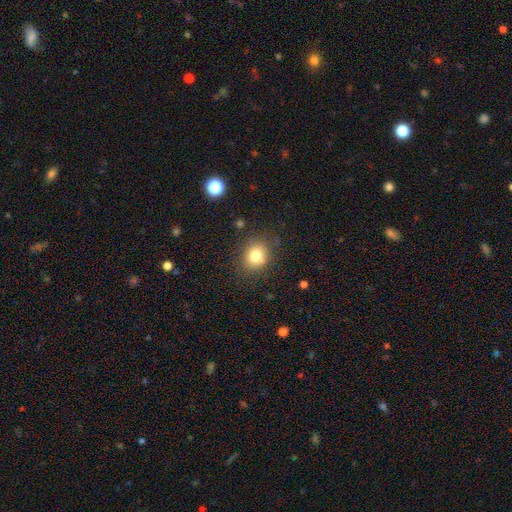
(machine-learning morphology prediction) Smooth or featured: smooth — 78% (star or artifact — 12%)
How rounded: round — 68% (in between — 31%)
Merging: none — 80% (minor disturbance — 13%)